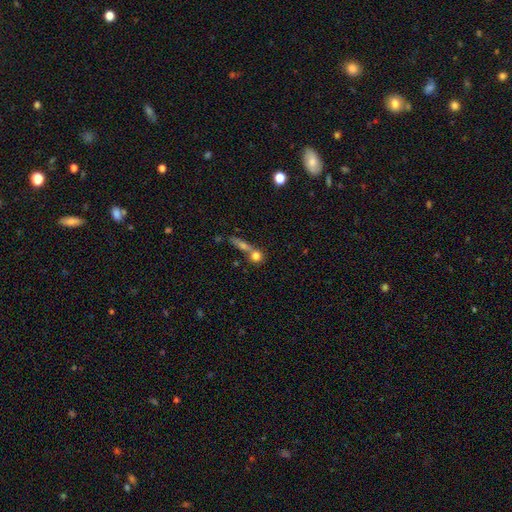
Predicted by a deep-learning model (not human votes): Overall: smooth (73%). How rounded: round (75%). Merging: merger (45%; none 42%).